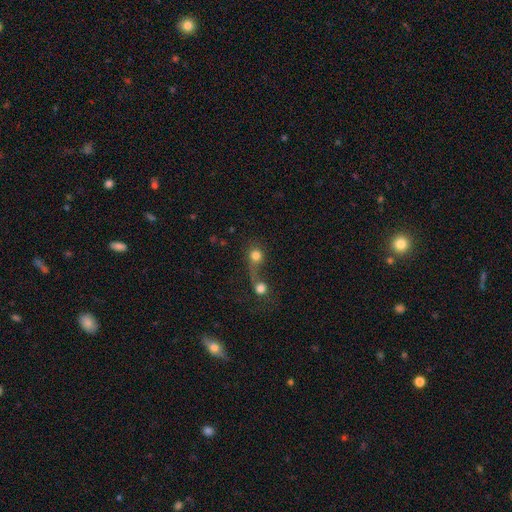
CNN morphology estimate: Smooth or featured? smooth (73%)
How rounded? round (83%)
Merging? merger (59%)